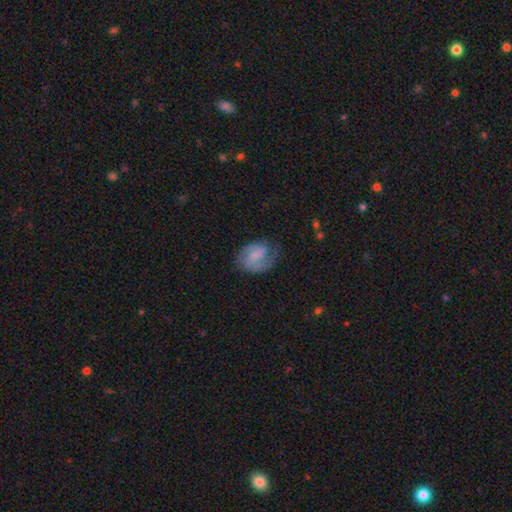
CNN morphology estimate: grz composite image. It shows a featured or disk galaxy (68%) with a weak bar (50%), 2 (72%) medium (48%) spiral arms (92%) and a small central bulge (48%). Merging: none (63%).